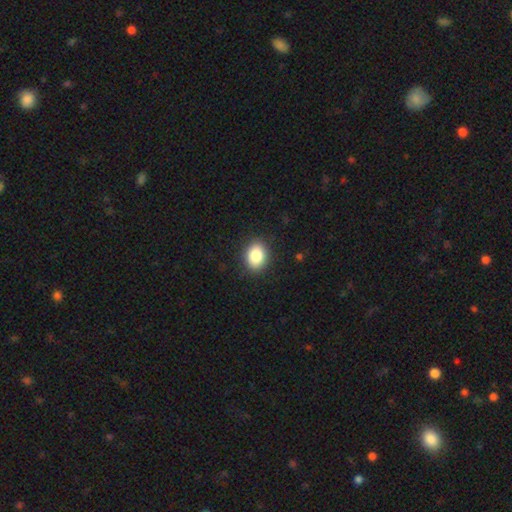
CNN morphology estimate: type=smooth (85%); roundness=in between (59%); merging=none (89%).